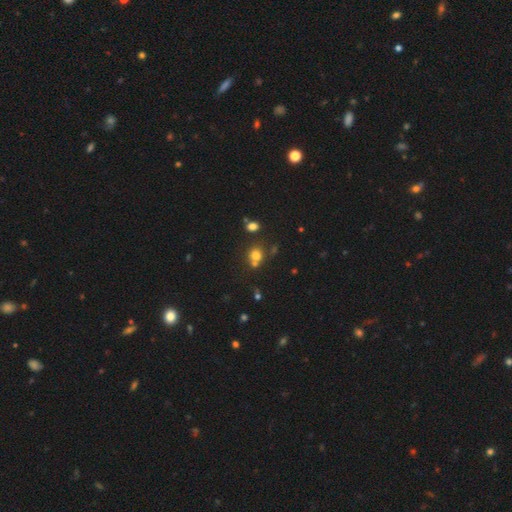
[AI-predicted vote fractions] A smooth galaxy with no disk features (72%) that is round (76%). Merging: none (56%).